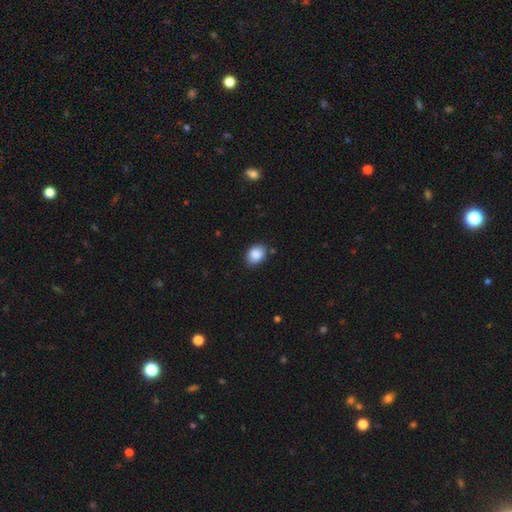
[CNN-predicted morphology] Smooth or featured? smooth (87%)
How rounded? in between (68%)
Merging? none (78%)